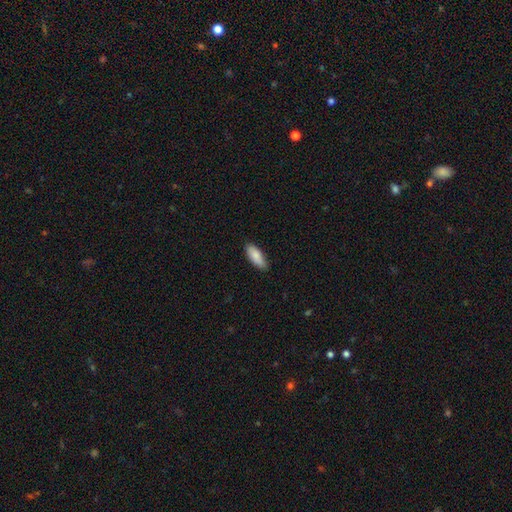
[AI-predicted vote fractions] Smooth or featured? smooth (87%)
How rounded? in between (80%)
Merging? none (80%)